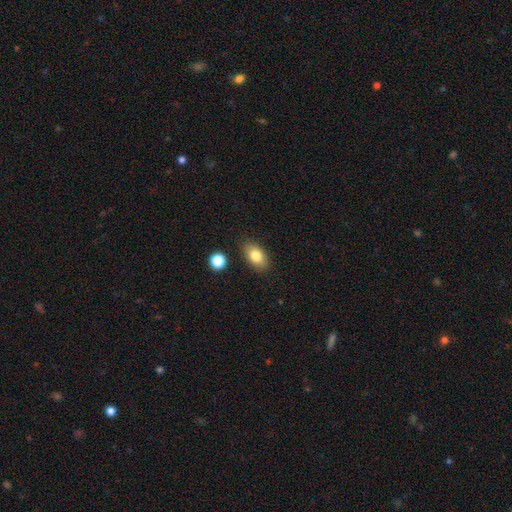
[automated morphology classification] smooth-or-featured: smooth: 81% | featured or disk: 11% | star or artifact: 8%
  how-rounded: in between: 89% | round: 8% | cigar-shaped: 3%
  merging: none: 86% | minor disturbance: 10% | major disturbance: 2% | merger: 2%